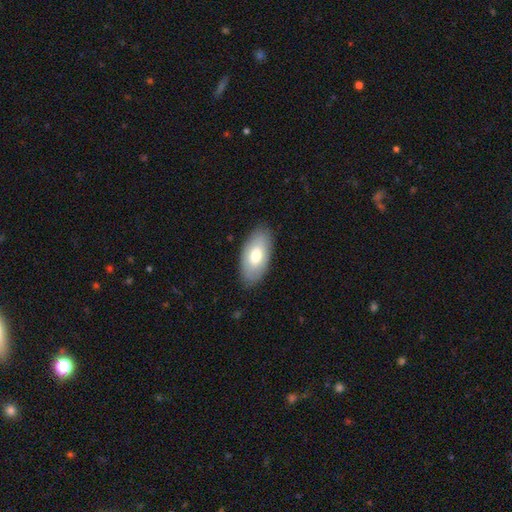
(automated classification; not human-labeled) A smooth galaxy with no disk features (71%) that is in between round and cigar-shaped (93%).

Vote fractions:
- Smooth or featured? smooth: 71% / featured or disk: 23% / star or artifact: 6%
- How rounded? in between: 93% / cigar-shaped: 4% / round: 3%
- Merging? none: 86% / minor disturbance: 10% / major disturbance: 2% / merger: 1%